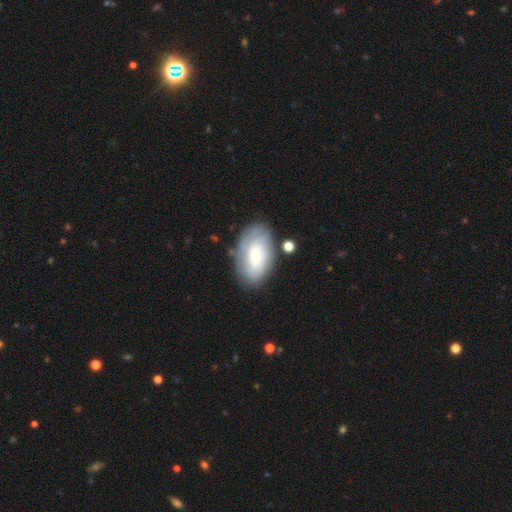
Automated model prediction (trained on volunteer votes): Overall: featured or disk (49%; smooth 44%). Merging: none (74%).